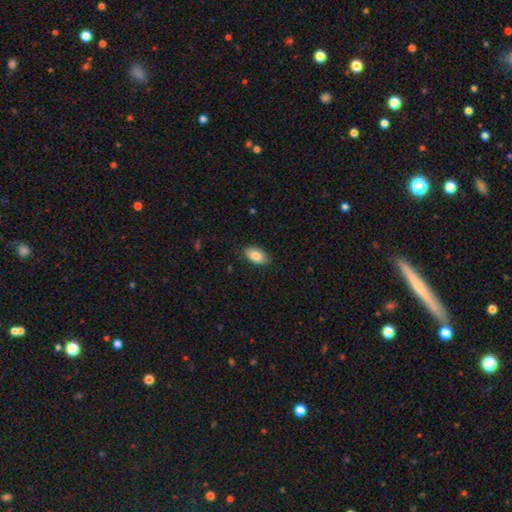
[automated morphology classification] Smooth or featured? Predicted: smooth (p=0.83). How rounded? Predicted: in between (p=0.93). Merging? Predicted: none (p=0.85).